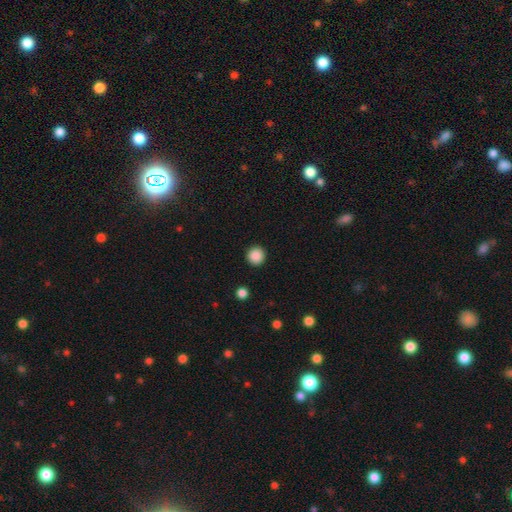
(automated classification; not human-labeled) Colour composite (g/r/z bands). It shows a smooth galaxy with no disk features (88%) that is round (95%). Merging: none (93%).